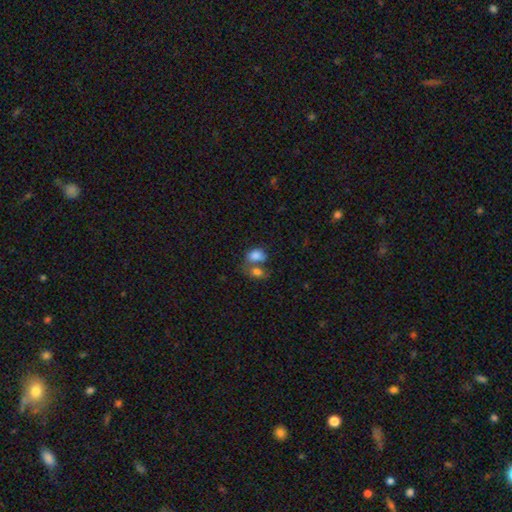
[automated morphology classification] Smooth or featured?
  - smooth: 81% *
  - featured or disk: 10%
  - star or artifact: 9%
How rounded?
  - in between: 74% *
  - round: 24%
  - cigar-shaped: 1%
Merging?
  - merger: 56% *
  - none: 26%
  - minor disturbance: 11%
  - major disturbance: 7%